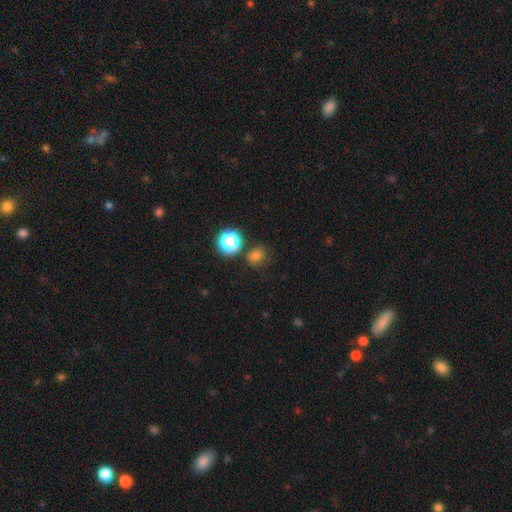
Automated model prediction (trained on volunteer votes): Q: Smooth or featured?
A: smooth (70%); runner-up: star or artifact (24%)
Q: How rounded?
A: round (71%); runner-up: in between (28%)
Q: Merging?
A: none (70%); runner-up: minor disturbance (15%)